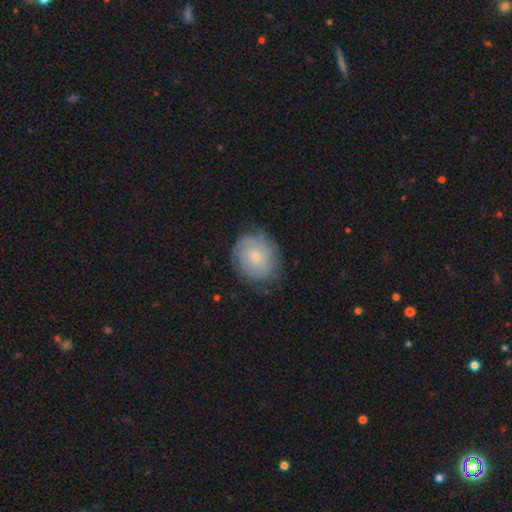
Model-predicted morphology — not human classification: type=featured or disk (52%); edge-on=no (97%); bar=no (76%); spiral arms=yes (84%); bulge=small (66%); merging=none (75%).